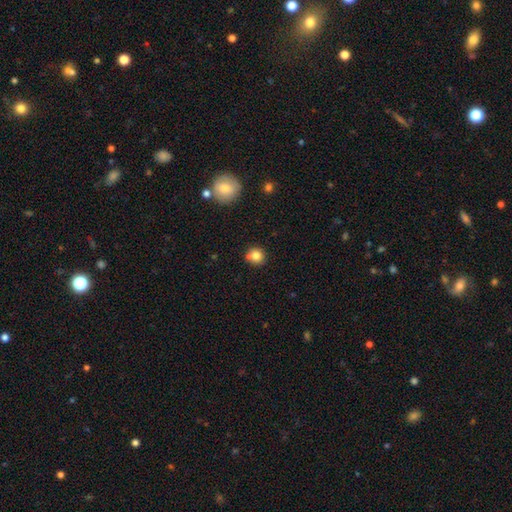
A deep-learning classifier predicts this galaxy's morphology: Q: Smooth or featured?
A: smooth (81%); runner-up: star or artifact (11%)
Q: How rounded?
A: round (90%); runner-up: in between (9%)
Q: Merging?
A: none (74%); runner-up: minor disturbance (12%)